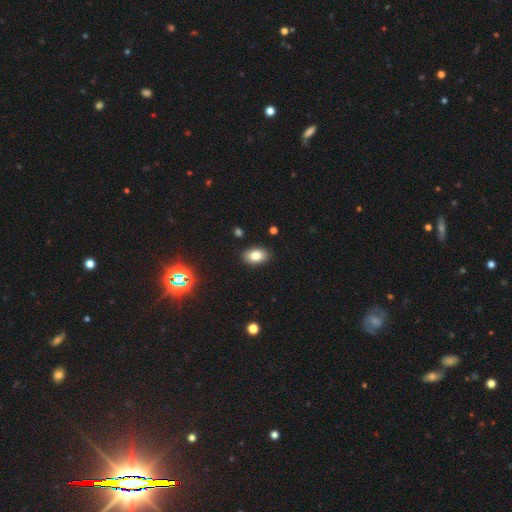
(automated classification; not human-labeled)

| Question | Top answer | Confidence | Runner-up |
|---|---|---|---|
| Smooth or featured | smooth | 80% | star or artifact (11%) |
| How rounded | in between | 86% | round (13%) |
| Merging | none | 88% | minor disturbance (8%) |